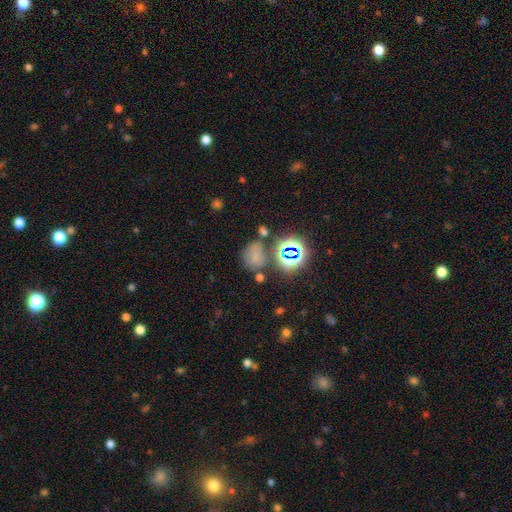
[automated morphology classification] smooth_or_featured: smooth (p=0.57) [alt: star or artifact p=0.33]
how_rounded: round (p=0.56) [alt: in between p=0.43]
merging: none (p=0.58) [alt: minor disturbance p=0.17]